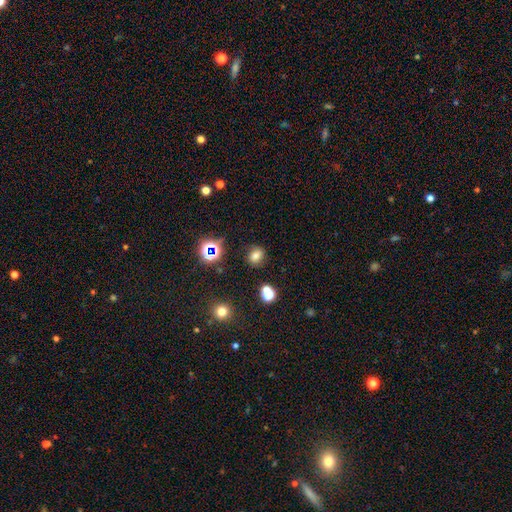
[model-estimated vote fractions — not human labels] smooth 67%, star or artifact 23%, featured or disk 10%. Down the decision tree: how rounded — round (59%); merging — none (84%).